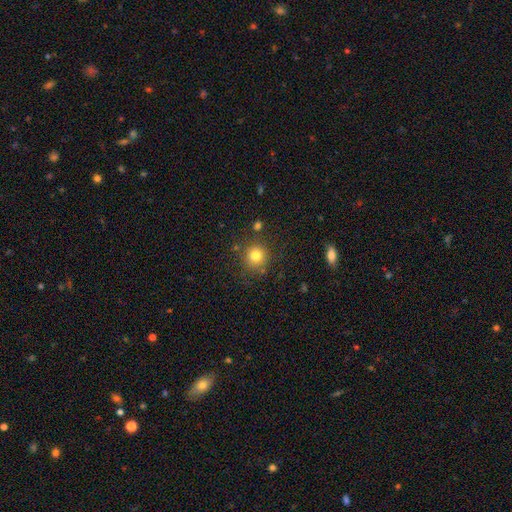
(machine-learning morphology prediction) Smooth or featured: smooth — 80% (star or artifact — 13%)
How rounded: round — 91% (in between — 8%)
Merging: none — 83% (minor disturbance — 10%)